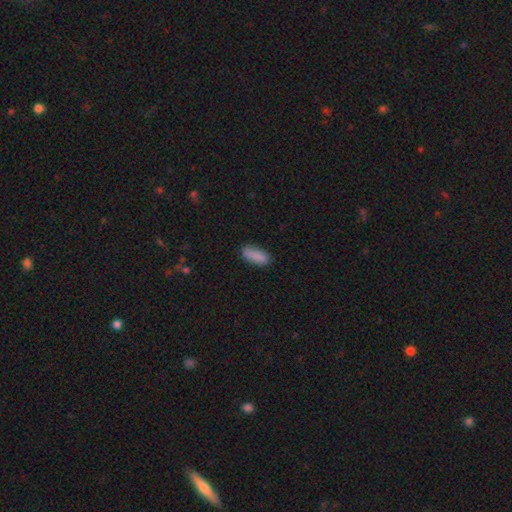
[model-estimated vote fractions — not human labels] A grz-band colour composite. It shows a smooth galaxy with no disk features (87%) that is in between round and cigar-shaped (74%). Merging: none (77%).